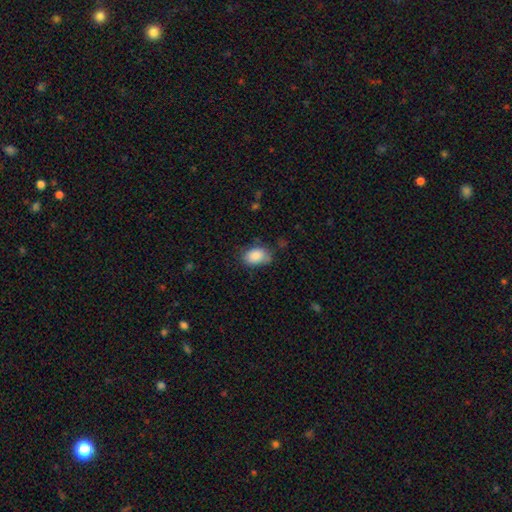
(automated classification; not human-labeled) Smooth or featured: smooth — 87% (star or artifact — 8%)
How rounded: in between — 79% (round — 20%)
Merging: none — 65% (minor disturbance — 25%)